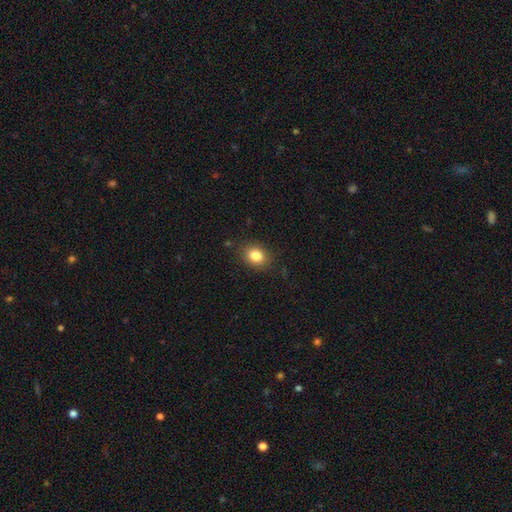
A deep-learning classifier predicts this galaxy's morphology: The model was most divided on "how rounded": in between: 55%, round: 44%, cigar-shaped: 1%. More confident: merging — none (86%); smooth or featured — smooth (84%).